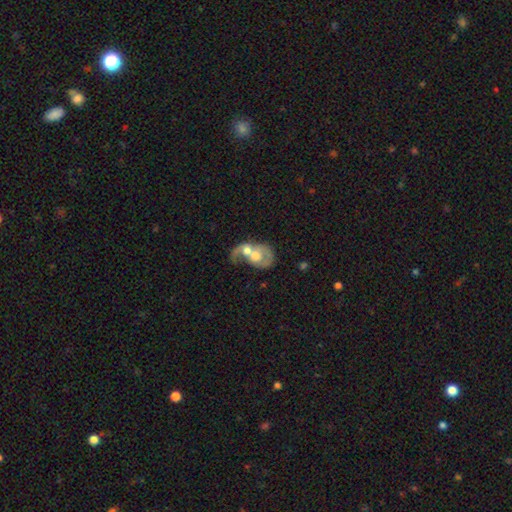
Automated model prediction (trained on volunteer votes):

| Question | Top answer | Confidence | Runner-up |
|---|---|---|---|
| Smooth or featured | featured or disk | 55% | smooth (38%) |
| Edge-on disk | no | 96% | yes (4%) |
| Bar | no | 79% | weak (18%) |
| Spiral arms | yes | 51% | no (49%) |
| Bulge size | moderate | 54% | large (26%) |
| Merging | merger | 78% | major disturbance (10%) |